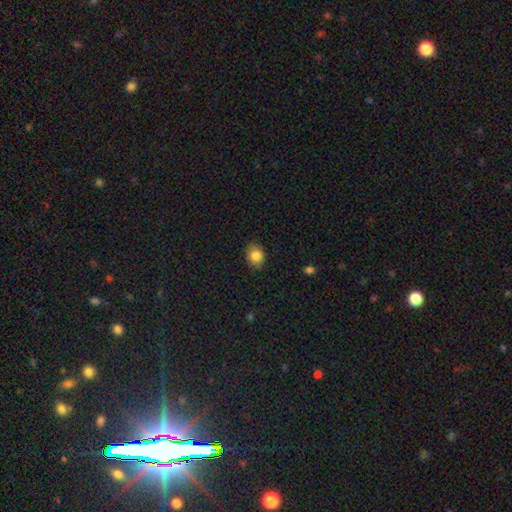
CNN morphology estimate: This appears to be a smooth galaxy with no disk features (85%) that is round (51%). Merging: none (82%).